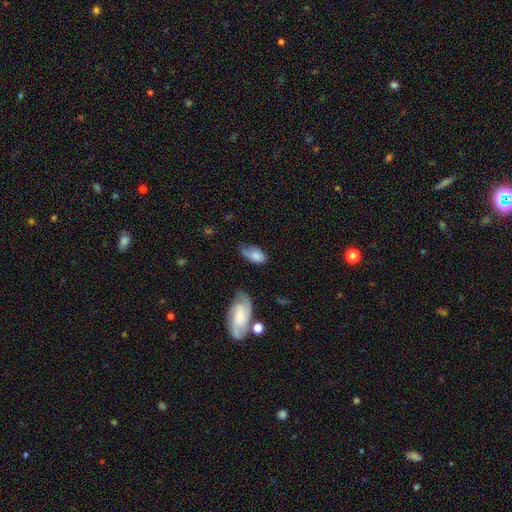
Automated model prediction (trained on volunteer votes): Smooth or featured? Predicted: smooth (p=0.65). How rounded? Predicted: in between (p=0.91). Merging? Predicted: none (p=0.39).